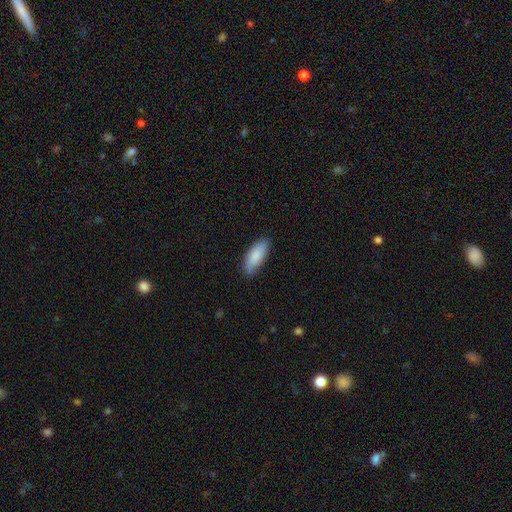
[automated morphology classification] Smooth or featured? Predicted: smooth (p=0.82). How rounded? Predicted: in between (p=0.82). Merging? Predicted: none (p=0.78).